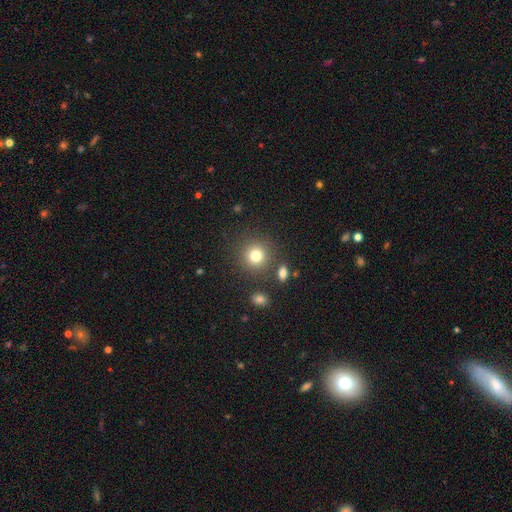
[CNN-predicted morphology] A smooth galaxy with no disk features (79%) that is round (91%). Merging: none (83%).